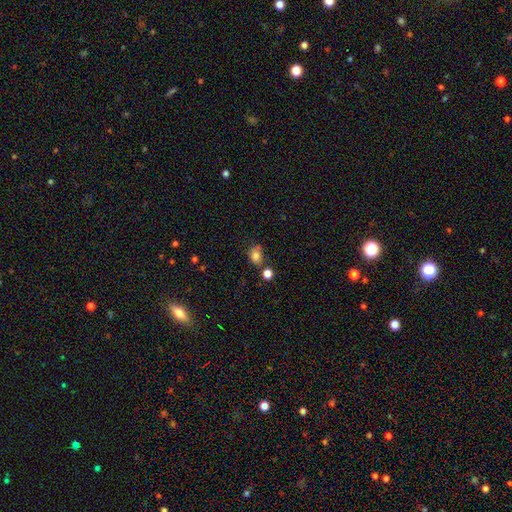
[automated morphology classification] The model was most divided on "how rounded": in between: 57%, round: 41%, cigar-shaped: 1%. More confident: smooth or featured — smooth (80%); merging — none (59%).